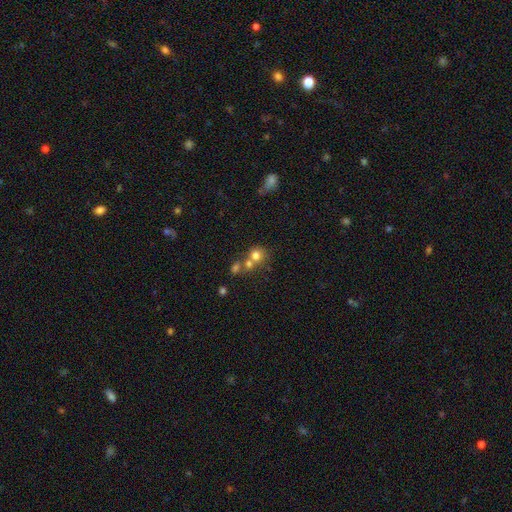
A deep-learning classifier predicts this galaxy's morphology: A smooth galaxy with no disk features (72%) that is round (82%). Merging: merger (47%).